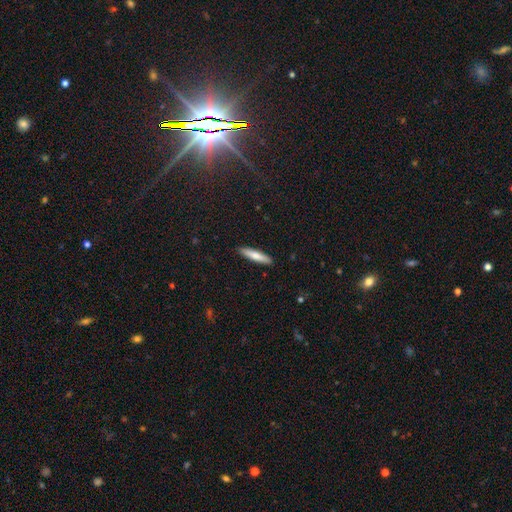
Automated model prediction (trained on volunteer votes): Q: Smooth or featured?
A: smooth (73%); runner-up: featured or disk (21%)
Q: How rounded?
A: cigar-shaped (86%); runner-up: in between (12%)
Q: Merging?
A: none (91%); runner-up: minor disturbance (6%)